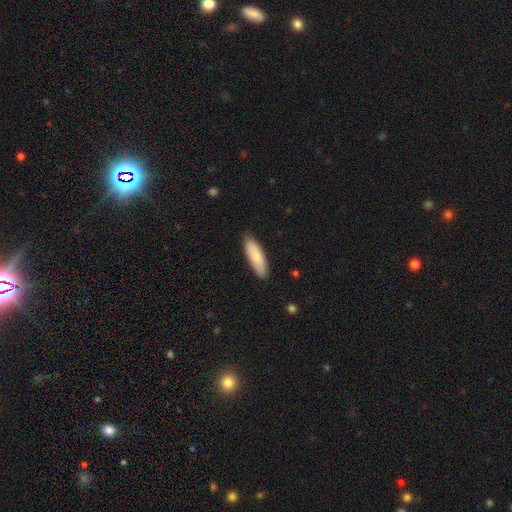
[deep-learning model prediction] Smooth or featured? Predicted: smooth (p=0.85). How rounded? Predicted: cigar-shaped (p=0.50). Merging? Predicted: none (p=0.87).